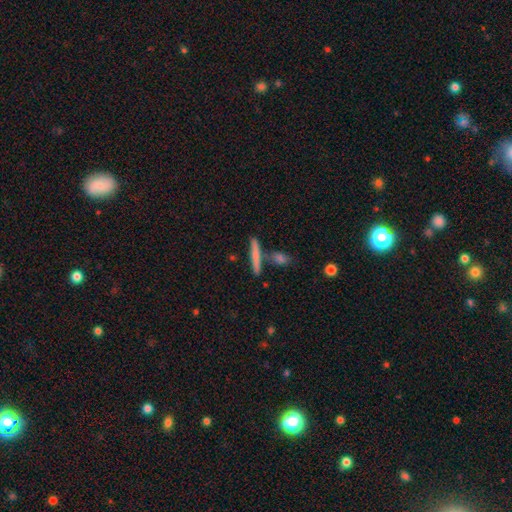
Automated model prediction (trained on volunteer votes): Morphology: type=smooth (68%); roundness=cigar-shaped (91%); merging=none (77%).